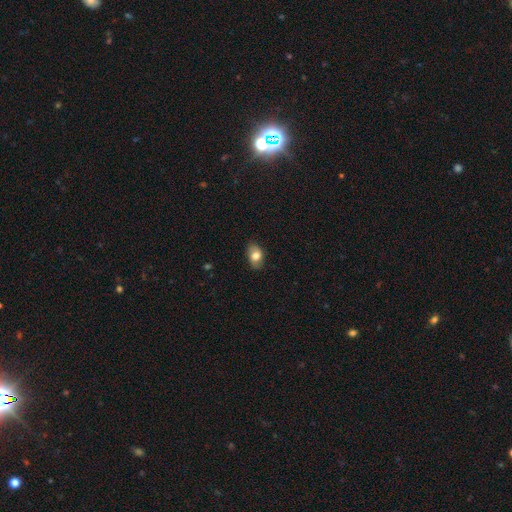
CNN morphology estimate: Q: Smooth or featured?
A: smooth (77%); runner-up: featured or disk (16%)
Q: How rounded?
A: in between (86%); runner-up: round (12%)
Q: Merging?
A: none (82%); runner-up: minor disturbance (14%)